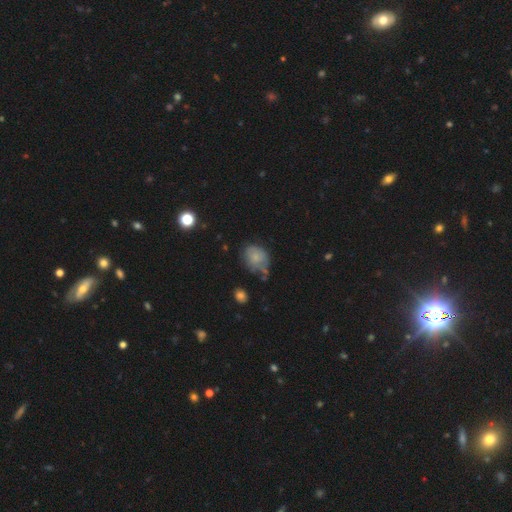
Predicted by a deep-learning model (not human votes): Morphology: type=smooth (70%); roundness=in between (53%); merging=none (46%).